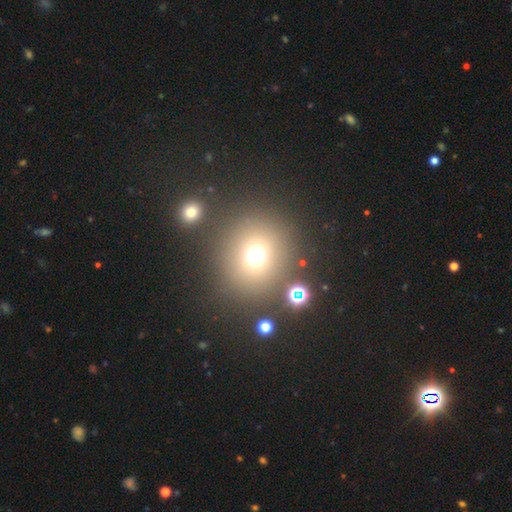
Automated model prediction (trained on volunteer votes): The model was most divided on "smooth or featured": smooth: 67%, star or artifact: 24%, featured or disk: 9%. More confident: how rounded — round (87%); merging — none (76%).